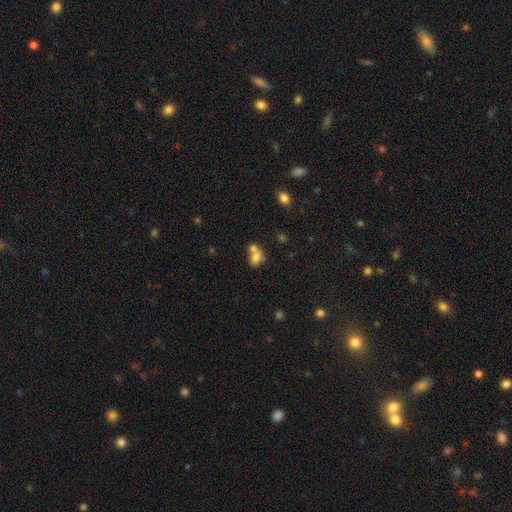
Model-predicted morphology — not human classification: Smooth or featured: smooth — 71% (featured or disk — 17%)
How rounded: in between — 63% (round — 35%)
Merging: merger — 61% (none — 26%)